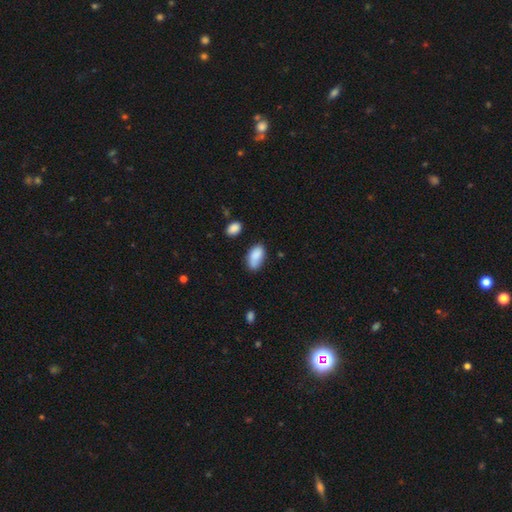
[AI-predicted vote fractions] smooth-or-featured: smooth: 86% | star or artifact: 7% | featured or disk: 7%
  how-rounded: in between: 93% | round: 4% | cigar-shaped: 3%
  merging: none: 64% | minor disturbance: 24% | merger: 6% | major disturbance: 5%